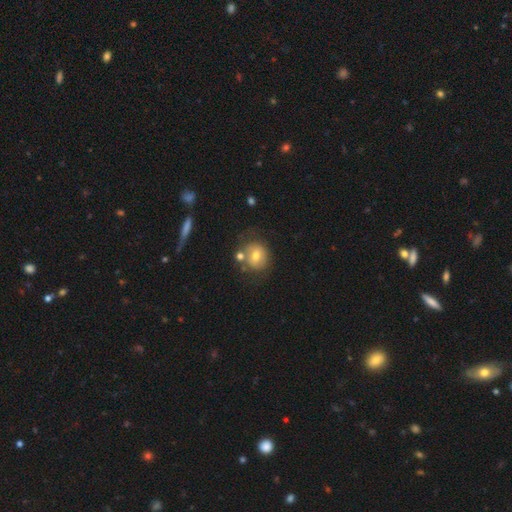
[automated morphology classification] The model was most divided on "merging": none: 59%, merger: 18%, minor disturbance: 16%, major disturbance: 7%. More confident: how rounded — round (79%); smooth or featured — smooth (66%).